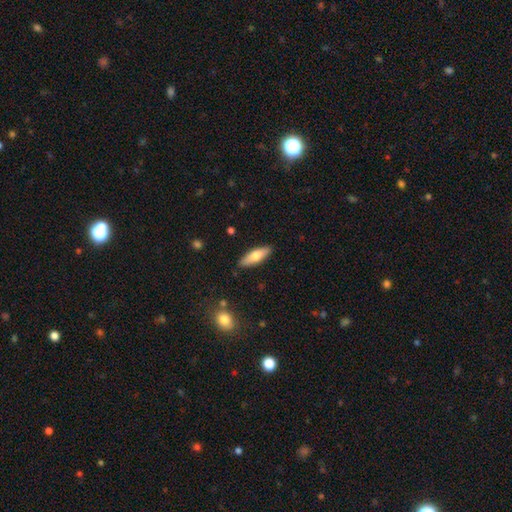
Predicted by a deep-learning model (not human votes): The model was most divided on "how rounded" (2-way tie): in between: 49%, cigar-shaped: 49%, round: 2%. More confident: merging — none (88%); smooth or featured — smooth (66%).